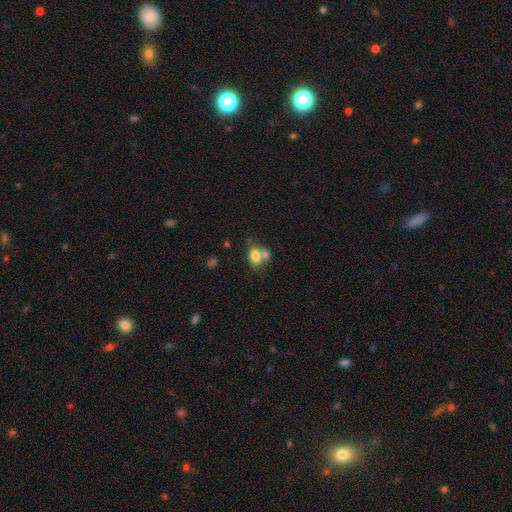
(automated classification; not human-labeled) Morphology: type=smooth (77%); roundness=in between (76%); merging=merger (46%).